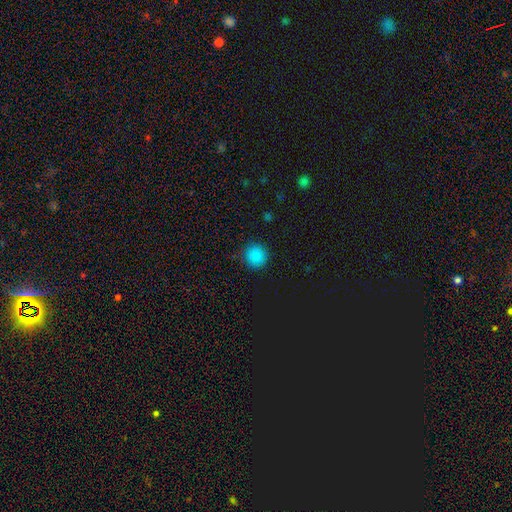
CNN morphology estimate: A smooth galaxy with no disk features (85%) that is round (94%).

Vote fractions:
- Smooth or featured? smooth: 85% / star or artifact: 12% / featured or disk: 3%
- How rounded? round: 94% / in between: 5% / cigar-shaped: 1%
- Merging? none: 89% / minor disturbance: 7% / major disturbance: 2% / merger: 1%